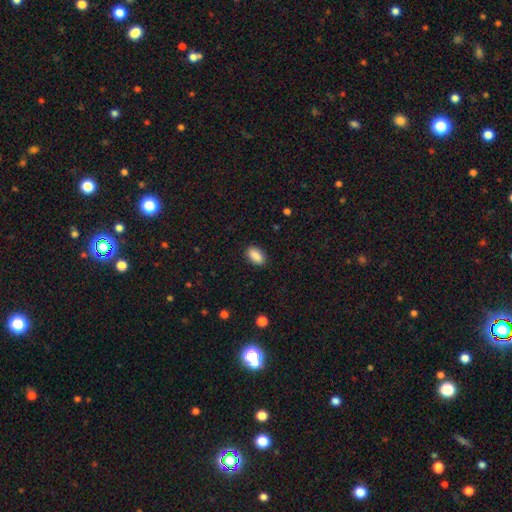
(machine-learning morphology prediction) smooth_or_featured: smooth (p=0.89) [alt: star or artifact p=0.07]
how_rounded: in between (p=0.92) [alt: round p=0.04]
merging: none (p=0.88) [alt: minor disturbance p=0.09]